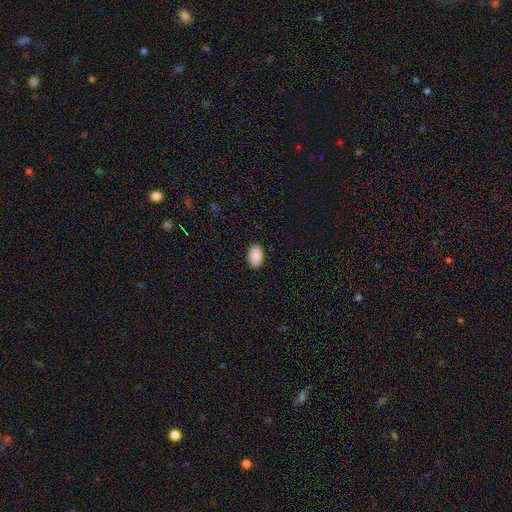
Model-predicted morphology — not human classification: Smooth or featured? Predicted: smooth (p=0.90). How rounded? Predicted: in between (p=0.93). Merging? Predicted: none (p=0.87).